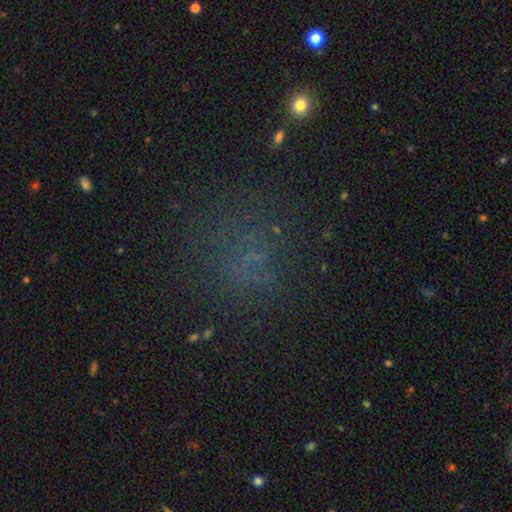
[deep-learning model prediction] This is possibly a smooth galaxy (46%). Merging: likely none (73%).